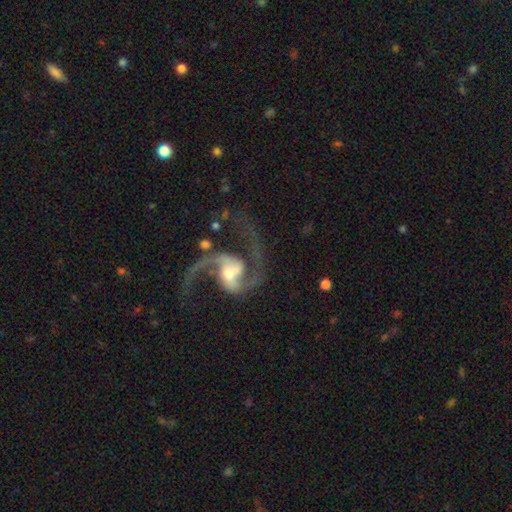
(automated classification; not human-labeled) Morphology: type=featured or disk (90%); edge-on=no (98%); bar=weak (39%); spiral arms=yes (97%); winding=medium (55%); arm count=2 (89%); bulge=moderate (48%); merging=none (61%).